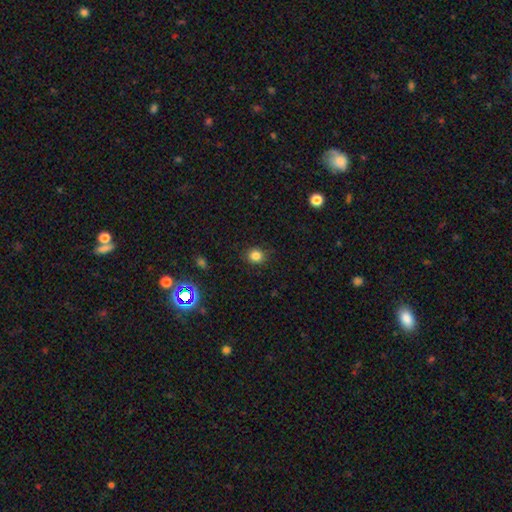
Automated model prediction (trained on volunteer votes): This appears to be a smooth galaxy with no disk features (83%) that is round (78%). Merging: none (87%).